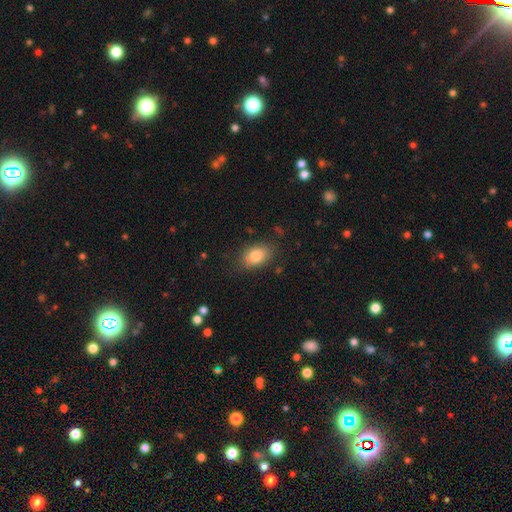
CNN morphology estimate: smooth-or-featured: smooth: 84% | featured or disk: 8% | star or artifact: 8%
  how-rounded: in between: 82% | round: 16% | cigar-shaped: 1%
  merging: none: 78% | minor disturbance: 16% | major disturbance: 4% | merger: 2%